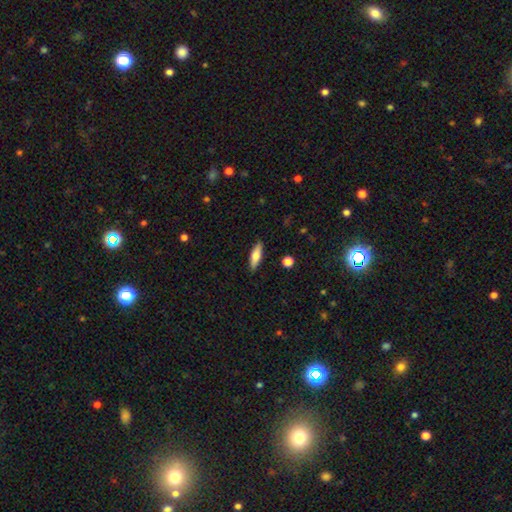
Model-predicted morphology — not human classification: A smooth galaxy with no disk features (64%) that is cigar-shaped (59%).

Vote fractions:
- Smooth or featured? smooth: 64% / featured or disk: 29% / star or artifact: 6%
- How rounded? cigar-shaped: 59% / in between: 39% / round: 2%
- Merging? none: 89% / minor disturbance: 8% / major disturbance: 2% / merger: 1%